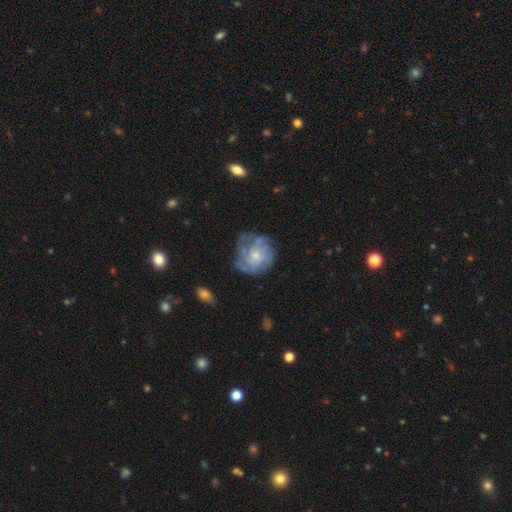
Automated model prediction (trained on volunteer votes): This is likely a featured or disk galaxy (67%). It is clearly not viewed edge-on (98%). Bar: likely no (80%). Spiral arm pattern: likely yes (79%). Spiral arm count: possibly can't tell (47%). Spiral winding: possibly tight (54%). Central bulge: likely small (65%). Merging: likely none (61%).